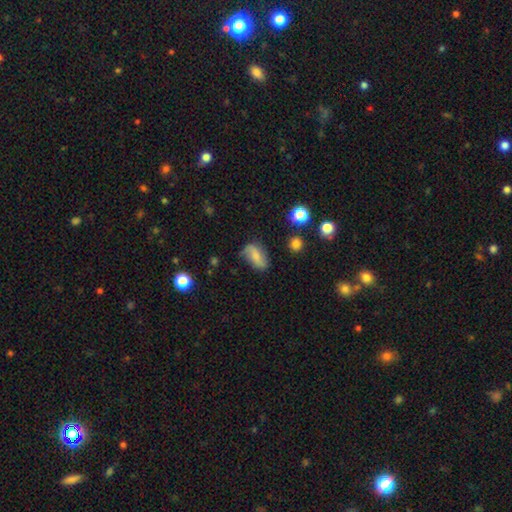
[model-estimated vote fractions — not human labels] This appears to be a smooth galaxy with no disk features (61%) that is in between round and cigar-shaped (87%). Merging: none (65%).